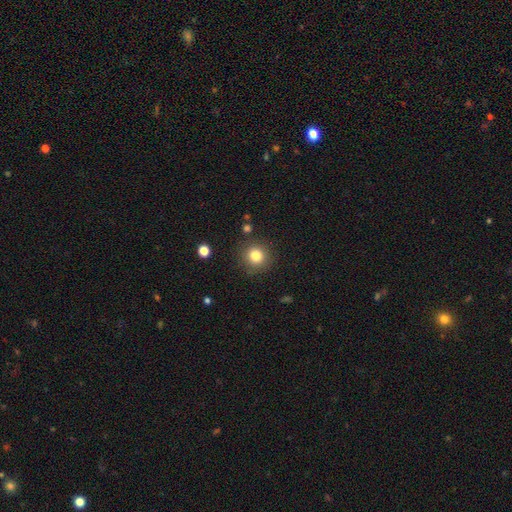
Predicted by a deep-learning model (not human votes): Smooth or featured: smooth — 81% (star or artifact — 12%)
How rounded: round — 91% (in between — 8%)
Merging: none — 87% (minor disturbance — 8%)